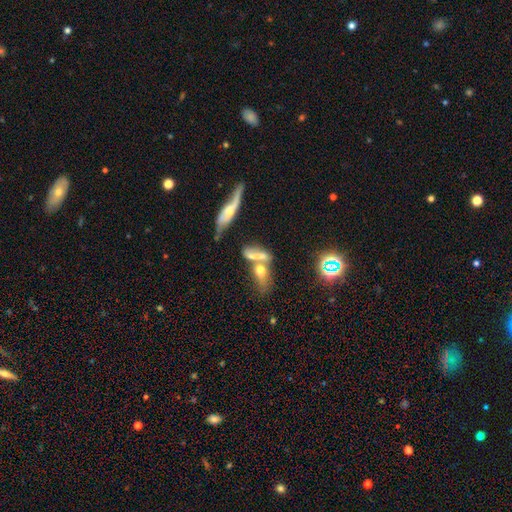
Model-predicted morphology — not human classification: The model was most divided on "how rounded": in between: 56%, cigar-shaped: 33%, round: 10%. More confident: smooth or featured — smooth (57%); merging — merger (52%).